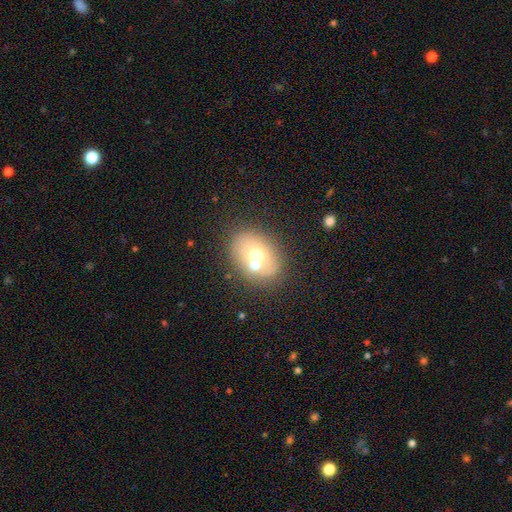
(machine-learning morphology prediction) The model was most divided on "merging": none: 50%, merger: 35%, minor disturbance: 11%, major disturbance: 4%. More confident: how rounded — in between (68%); smooth or featured — smooth (58%).